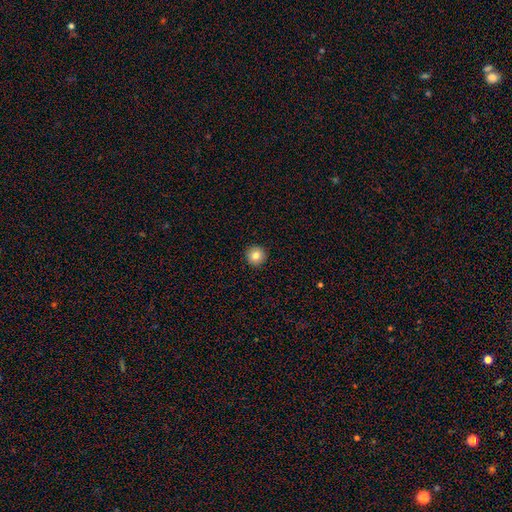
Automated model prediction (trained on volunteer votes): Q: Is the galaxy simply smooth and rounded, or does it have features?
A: smooth — 82%.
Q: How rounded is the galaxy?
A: round — 96%.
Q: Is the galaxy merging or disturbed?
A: none — 94%.